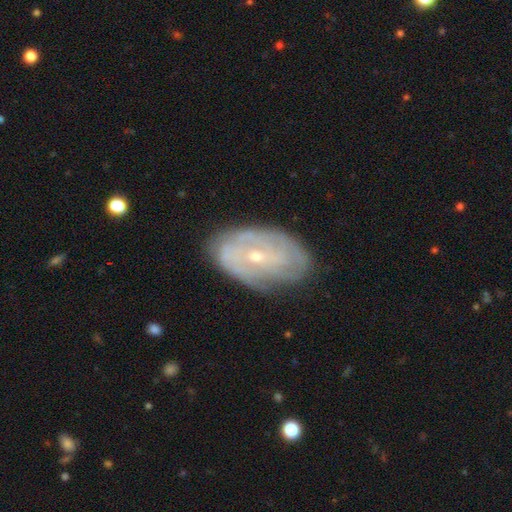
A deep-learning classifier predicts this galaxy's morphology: The model was most divided on "bar": no: 51%, weak: 37%, strong: 12%. More confident: edge-on disk — no (94%); spiral arms — yes (76%); merging — none (75%); smooth or featured — featured or disk (73%); bulge size — small (73%); spiral winding — tight (62%); spiral arm count — can't tell (52%).